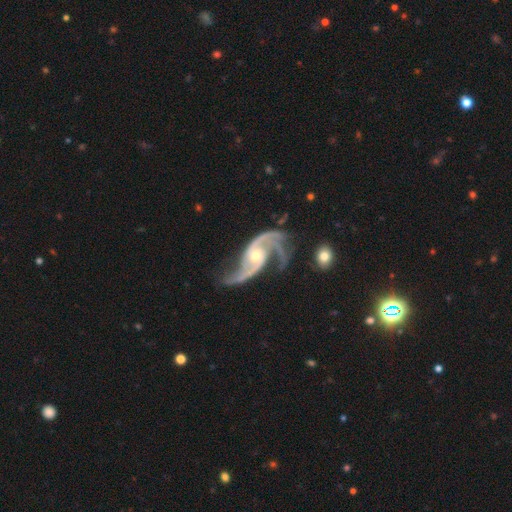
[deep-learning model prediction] A featured or disk galaxy (94%) with no bar (59%), 2 (78%) loose (51%) spiral arms (98%) and a small central bulge (48%, tied with moderate). Merging: none (55%).